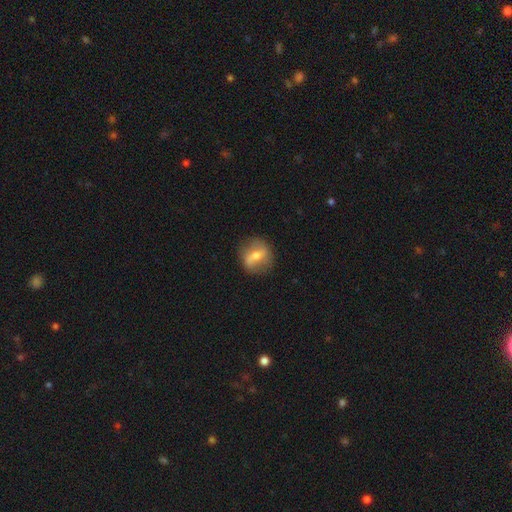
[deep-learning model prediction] The model was most divided on "smooth or featured": featured or disk: 50%, smooth: 42%, star or artifact: 8%. More confident: merging — none (76%).